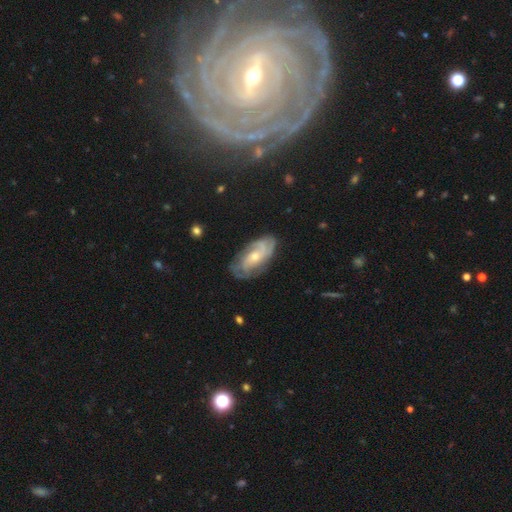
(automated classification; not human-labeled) The model was most divided on "bulge size": small: 52%, moderate: 44%, large: 2%, none: 1%, dominant: 1%. Remaining: edge-on disk — no (94%); spiral arms — yes (92%); smooth or featured — featured or disk (77%); merging — none (72%); bar — no (68%); spiral winding — tight (55%); spiral arm count — can't tell (39%).